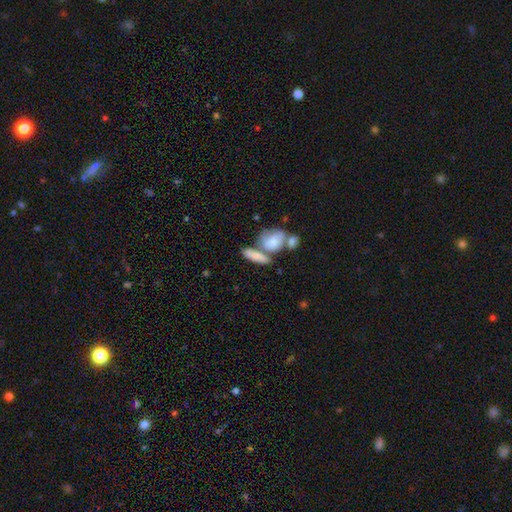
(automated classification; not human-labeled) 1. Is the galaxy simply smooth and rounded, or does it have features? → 74% smooth, 19% featured or disk, 7% star or artifact.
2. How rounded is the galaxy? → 62% in between, 28% cigar-shaped, 10% round.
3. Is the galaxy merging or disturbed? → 45% merger, 37% none, 13% minor disturbance, 6% major disturbance.